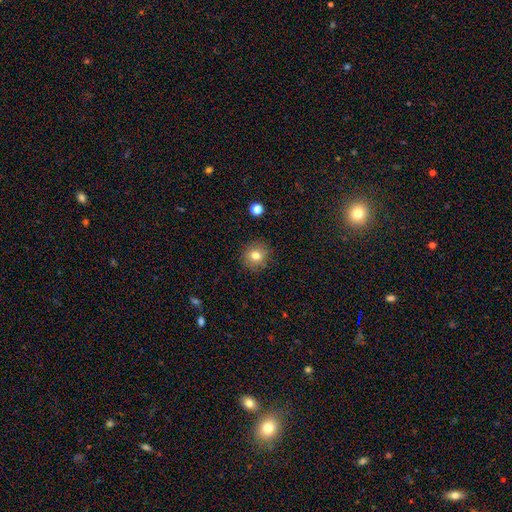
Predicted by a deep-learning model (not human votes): smooth-or-featured: smooth: 78% | star or artifact: 12% | featured or disk: 10%
  how-rounded: round: 90% | in between: 9% | cigar-shaped: 1%
  merging: none: 89% | minor disturbance: 8% | major disturbance: 2% | merger: 1%